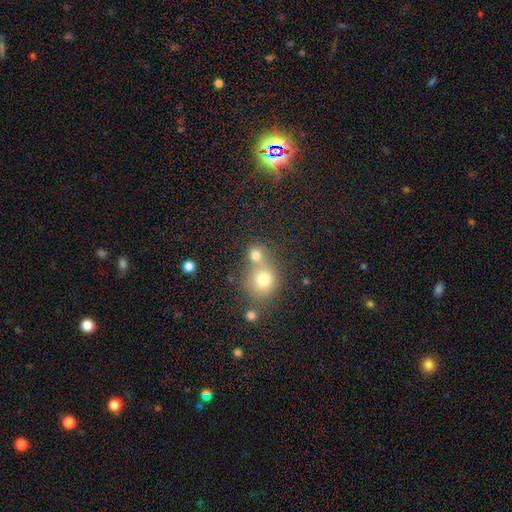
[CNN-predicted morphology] A smooth galaxy with no disk features (75%) that is round (83%).

Vote fractions:
- Smooth or featured? smooth: 75% / star or artifact: 15% / featured or disk: 10%
- How rounded? round: 83% / in between: 16% / cigar-shaped: 1%
- Merging? merger: 46% / none: 44% / minor disturbance: 7% / major disturbance: 3%